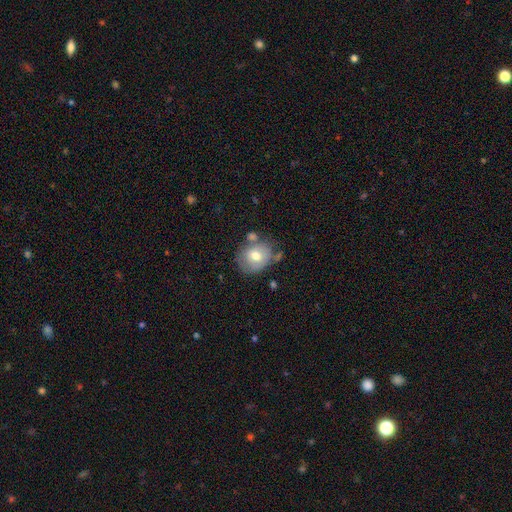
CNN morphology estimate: Smooth or featured?
  - smooth: 66% *
  - featured or disk: 26%
  - star or artifact: 8%
How rounded?
  - round: 63% *
  - in between: 36%
  - cigar-shaped: 1%
Merging?
  - none: 56% *
  - minor disturbance: 22%
  - merger: 14%
  - major disturbance: 8%